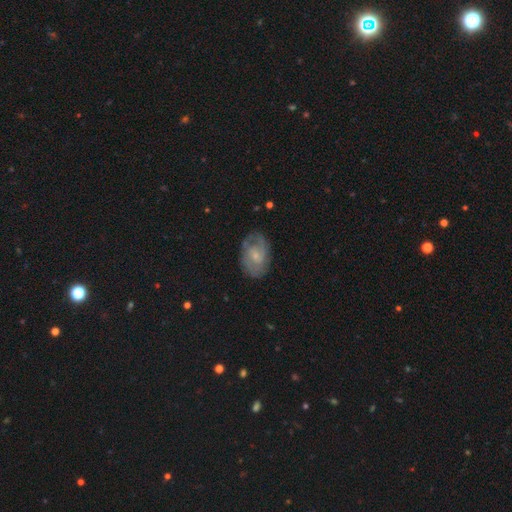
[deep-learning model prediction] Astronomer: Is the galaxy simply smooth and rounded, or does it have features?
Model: featured or disk — 76%.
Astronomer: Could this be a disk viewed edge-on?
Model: no — 97%.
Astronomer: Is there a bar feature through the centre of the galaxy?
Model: no — 57% (runner-up: weak, 38%).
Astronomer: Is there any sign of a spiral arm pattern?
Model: yes — 91%.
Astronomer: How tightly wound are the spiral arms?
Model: tight — 44% (runner-up: medium, 43%).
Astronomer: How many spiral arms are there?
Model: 2 — 61%.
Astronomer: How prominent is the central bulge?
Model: small — 69%.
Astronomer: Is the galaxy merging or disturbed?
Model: none — 74%.